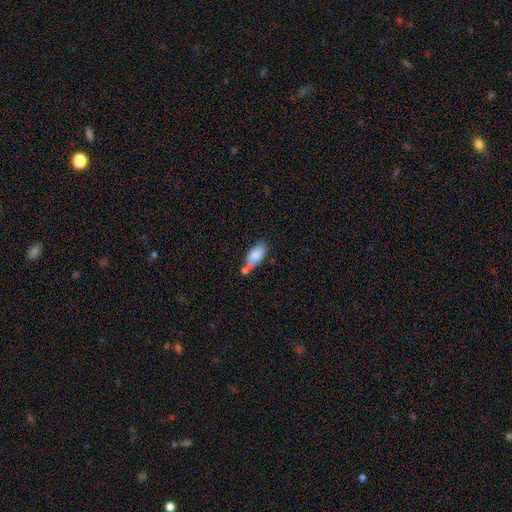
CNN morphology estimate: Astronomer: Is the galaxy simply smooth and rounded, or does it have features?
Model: smooth — 80%.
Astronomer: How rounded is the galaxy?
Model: in between — 83%.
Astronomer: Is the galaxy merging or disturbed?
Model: none — 51%.